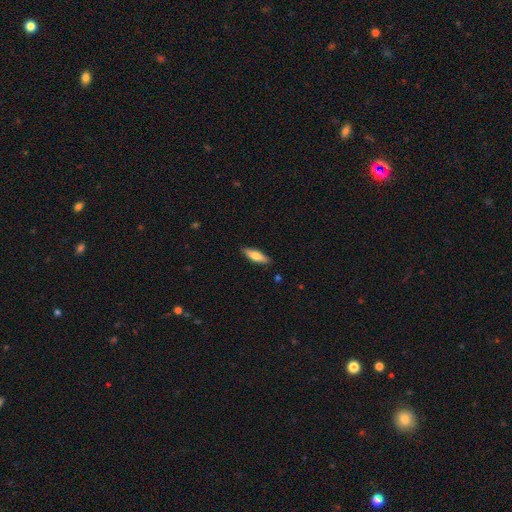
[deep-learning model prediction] Morphology: type=smooth (72%); roundness=cigar-shaped (55%); merging=none (87%).